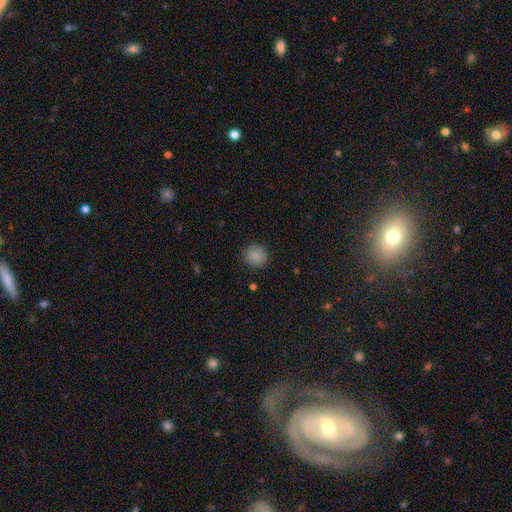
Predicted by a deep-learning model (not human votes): Overall: smooth (87%). How rounded: round (90%). Merging: none (90%).